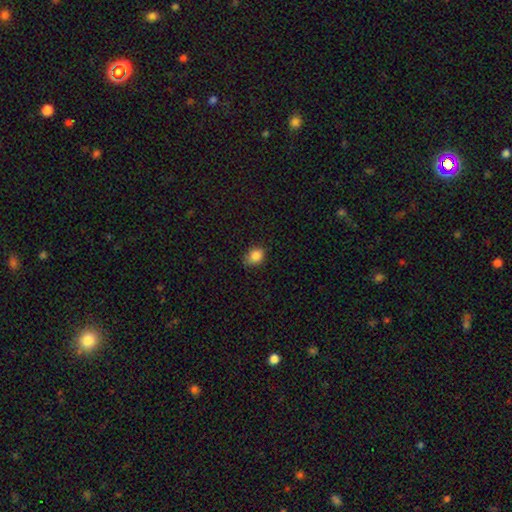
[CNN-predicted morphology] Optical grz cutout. It shows a smooth galaxy with no disk features (86%) that is in between round and cigar-shaped (56%). Merging: none (75%).